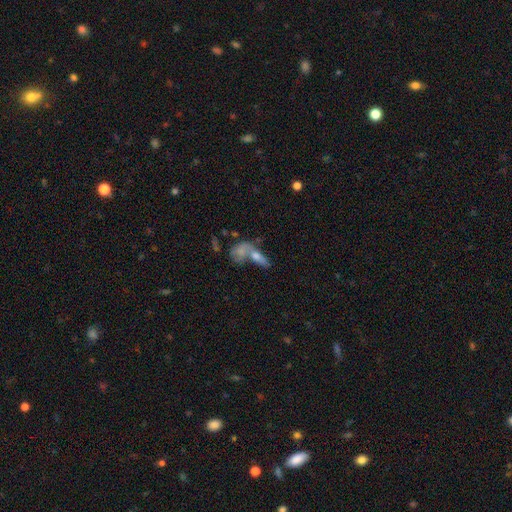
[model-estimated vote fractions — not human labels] Smooth or featured? Predicted: smooth (p=0.53). How rounded? Predicted: in between (p=0.63). Merging? Predicted: merger (p=0.51).